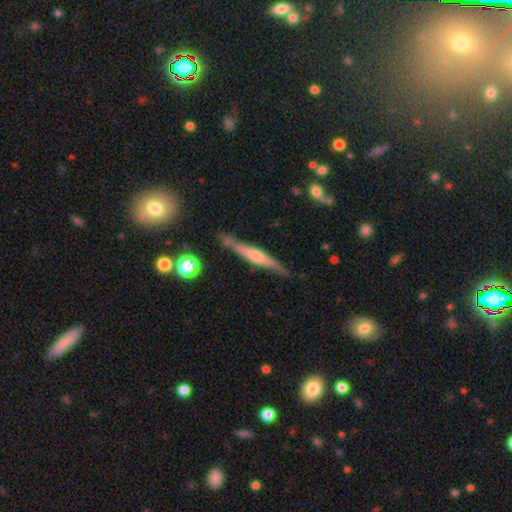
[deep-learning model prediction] Smooth or featured: featured or disk — 63% (smooth — 31%)
Edge-on disk: yes — 94% (no — 6%)
Edge-on bulge: rounded — 63% (boxy — 21%)
Merging: none — 73% (minor disturbance — 18%)